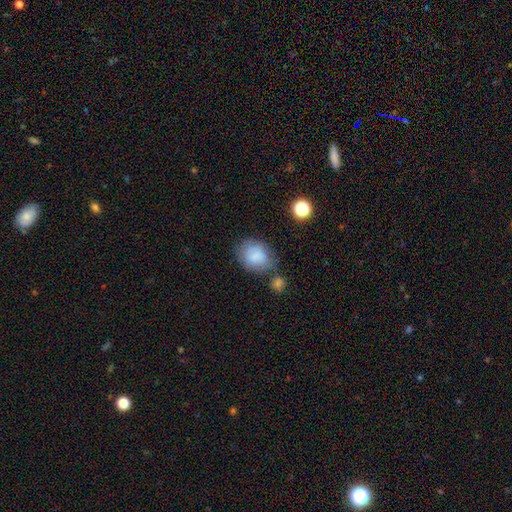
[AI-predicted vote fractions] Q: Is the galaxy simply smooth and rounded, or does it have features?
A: smooth — 80%.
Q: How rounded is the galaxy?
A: in between — 54%.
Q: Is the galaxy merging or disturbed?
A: none — 57%.